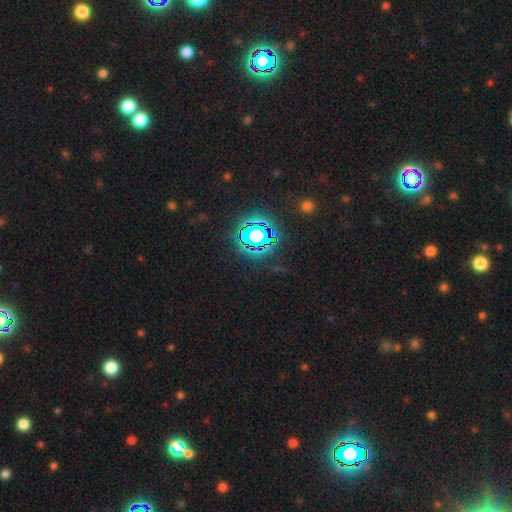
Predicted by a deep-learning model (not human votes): Morphology: type=star or artifact (81%).